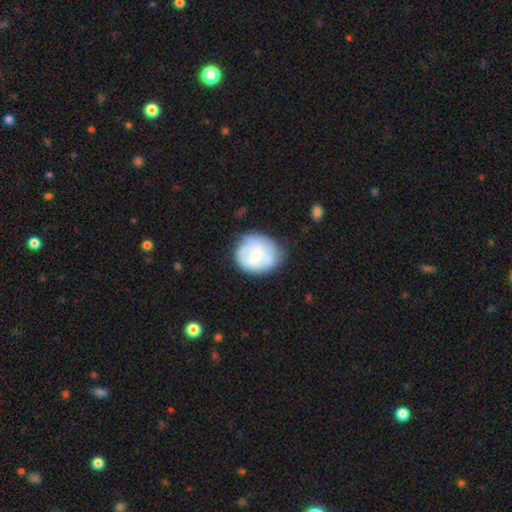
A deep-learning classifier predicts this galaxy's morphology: Smooth or featured? Predicted: smooth (p=0.50). How rounded? Predicted: round (p=0.79). Merging? Predicted: none (p=0.63).